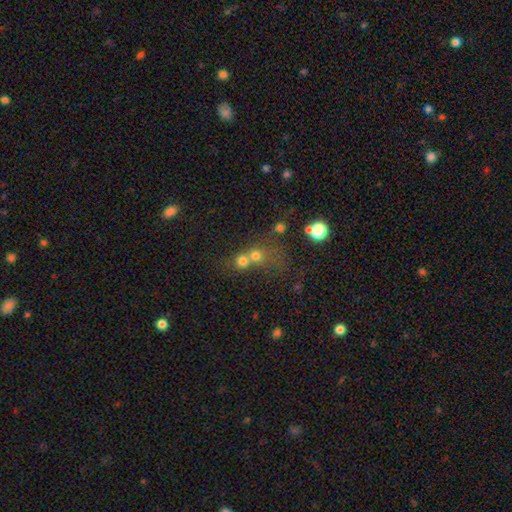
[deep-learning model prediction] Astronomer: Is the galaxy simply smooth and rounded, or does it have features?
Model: smooth — 67%.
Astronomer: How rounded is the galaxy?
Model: round — 84%.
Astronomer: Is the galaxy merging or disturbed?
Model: merger — 54% (runner-up: none, 35%).